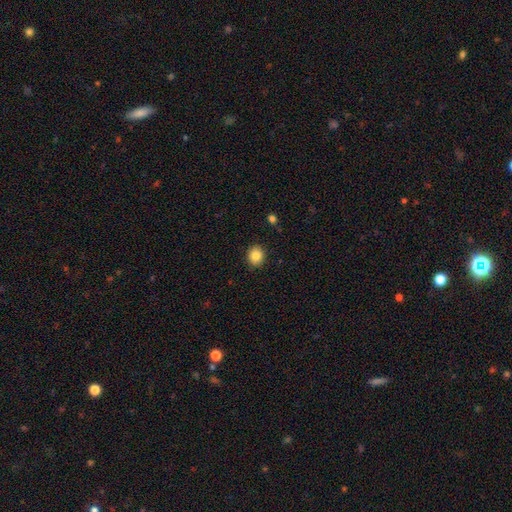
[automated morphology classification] Overall: smooth (86%). How rounded: round (73%). Merging: none (91%).